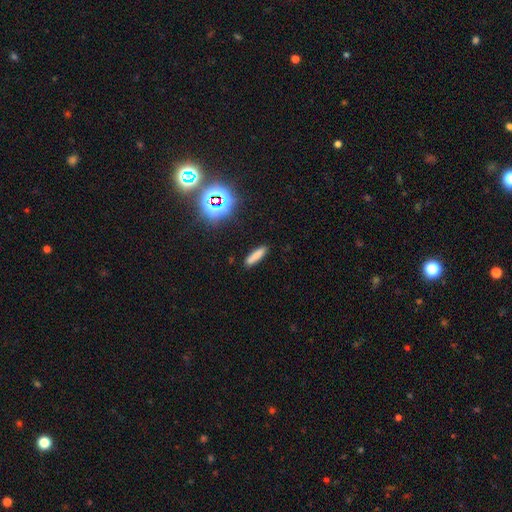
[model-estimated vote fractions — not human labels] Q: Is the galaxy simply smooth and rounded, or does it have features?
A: smooth — 78%.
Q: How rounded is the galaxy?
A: cigar-shaped — 77%.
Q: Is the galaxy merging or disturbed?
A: none — 87%.